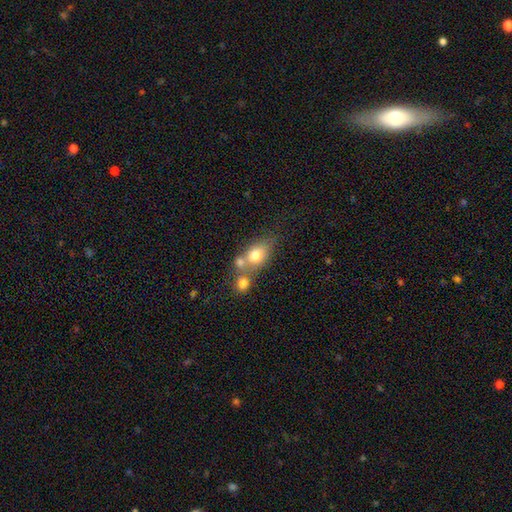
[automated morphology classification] This is likely a smooth galaxy (71%). How rounded: possibly in between (59%). Merging: possibly merger (48%).